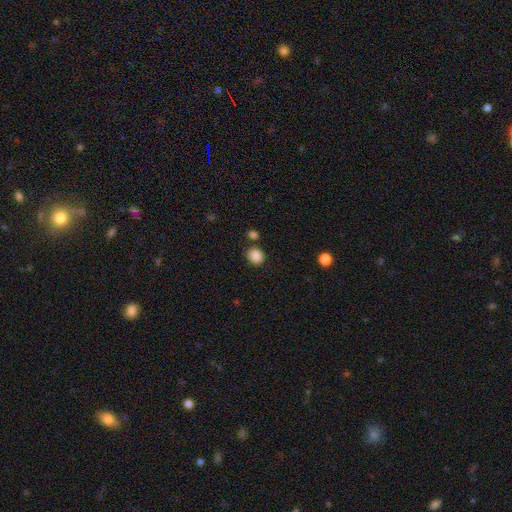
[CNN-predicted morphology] smooth 87%, star or artifact 9%, featured or disk 4%. Down the decision tree: how rounded — round (72%); merging — none (79%).